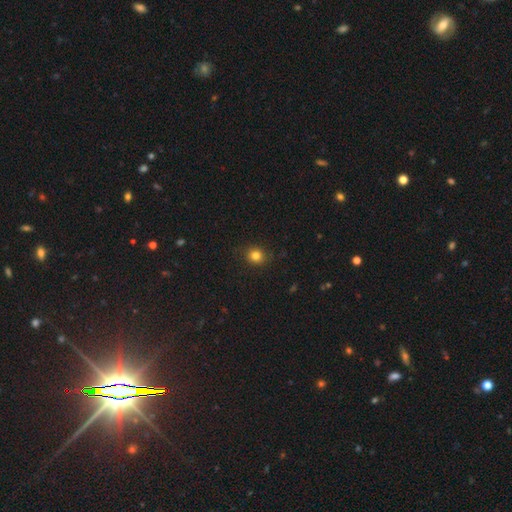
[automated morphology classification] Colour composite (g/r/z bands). It shows a smooth galaxy with no disk features (82%) that is round (81%). Merging: none (89%).